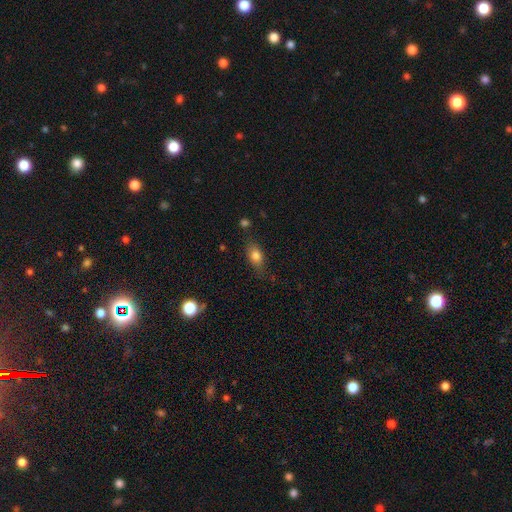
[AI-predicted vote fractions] A smooth galaxy with no disk features (79%) that is in between round and cigar-shaped (78%). Merging: none (74%).